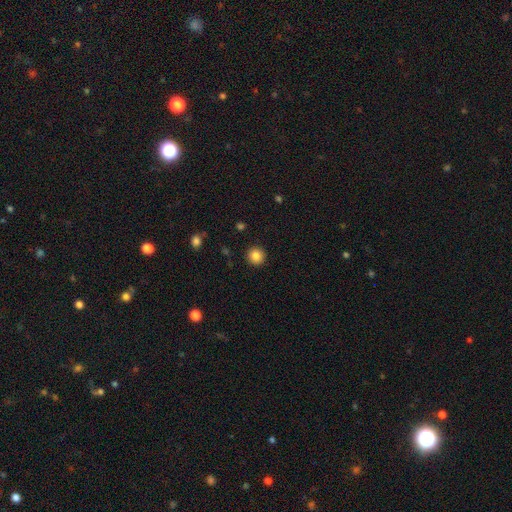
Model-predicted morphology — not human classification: This is clearly a smooth galaxy (85%). How rounded: clearly round (94%). Merging: clearly none (93%).